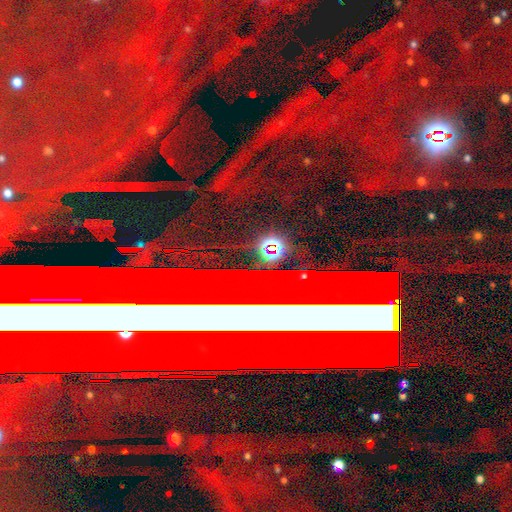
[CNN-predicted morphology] smooth_or_featured: star or artifact (p=0.65) [alt: featured or disk p=0.27]